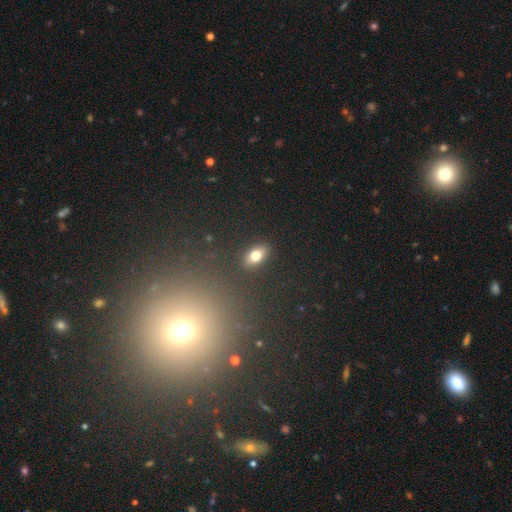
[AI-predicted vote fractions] The model was most divided on "smooth or featured": smooth: 79%, featured or disk: 12%, star or artifact: 10%. More confident: merging — none (88%); how rounded — in between (87%).